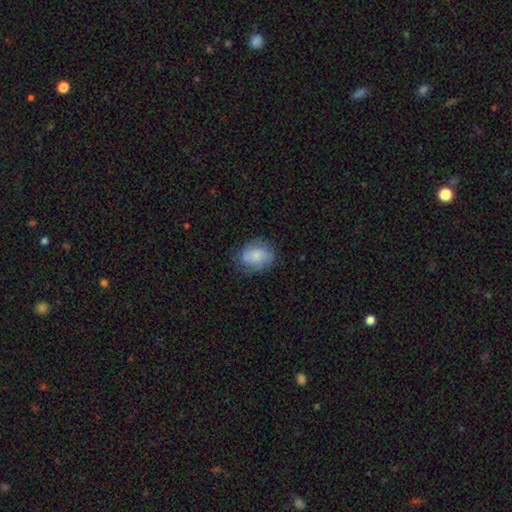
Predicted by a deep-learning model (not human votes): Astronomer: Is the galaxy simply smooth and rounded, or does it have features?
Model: smooth — 68%.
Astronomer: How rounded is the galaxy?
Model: round — 50% (runner-up: in between, 49%).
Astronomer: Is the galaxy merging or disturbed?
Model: none — 68%.